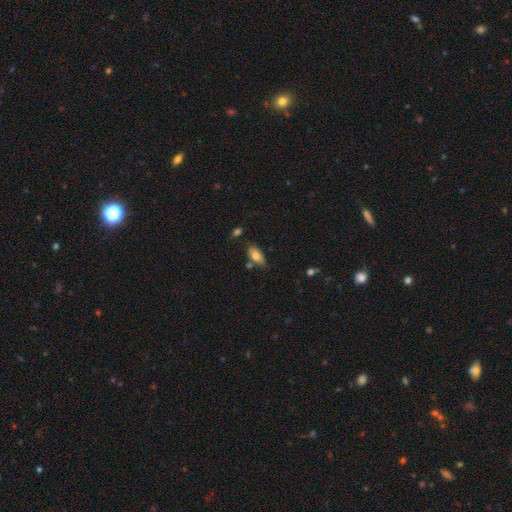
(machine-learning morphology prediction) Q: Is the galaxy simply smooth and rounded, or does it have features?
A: smooth — 76%.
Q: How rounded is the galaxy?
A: in between — 89%.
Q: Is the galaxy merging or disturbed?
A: none — 61%.